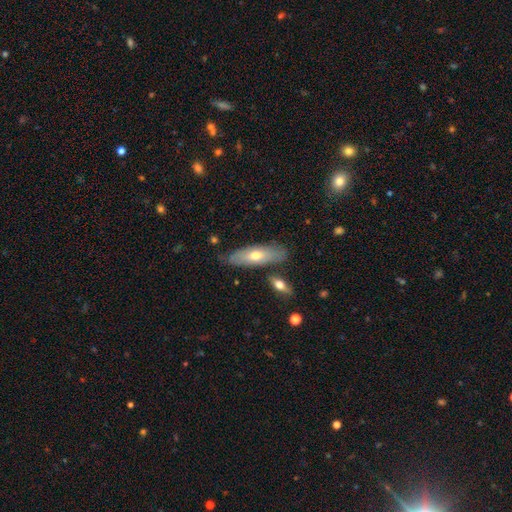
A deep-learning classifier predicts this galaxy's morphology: featured or disk 47%, smooth 46%, star or artifact 8%. Down the decision tree: merging — none (80%).